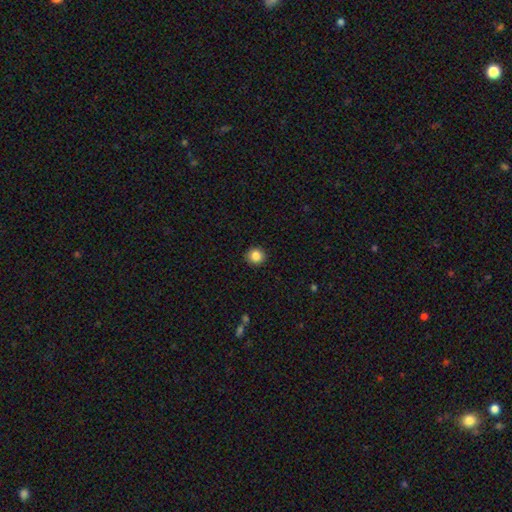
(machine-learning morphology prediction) This is clearly a smooth galaxy (85%). How rounded: clearly round (89%). Merging: clearly none (92%).